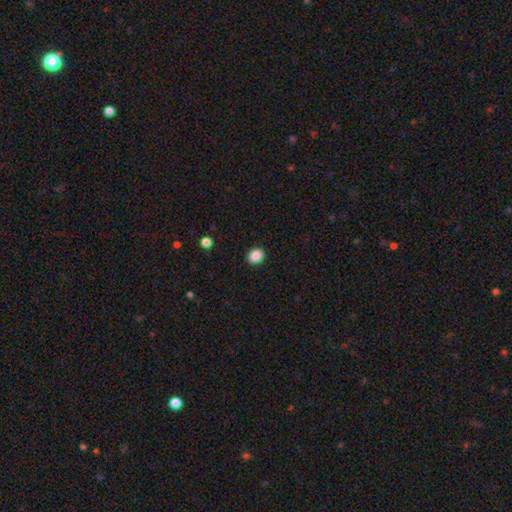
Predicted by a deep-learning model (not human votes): Smooth or featured? Predicted: smooth (p=0.88). How rounded? Predicted: round (p=0.61). Merging? Predicted: none (p=0.91).